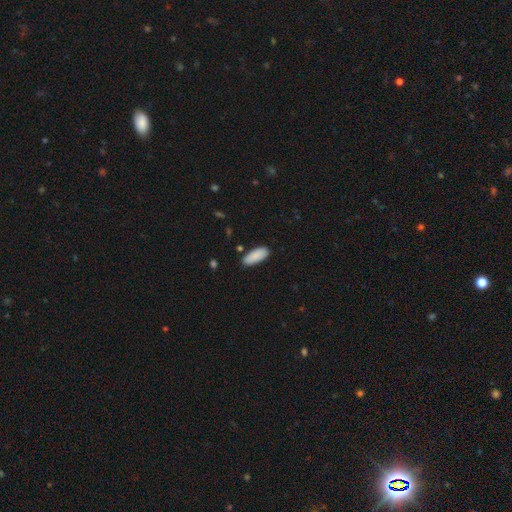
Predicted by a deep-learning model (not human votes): smooth-or-featured: smooth: 89% | star or artifact: 6% | featured or disk: 5%
  how-rounded: in between: 82% | cigar-shaped: 17% | round: 2%
  merging: none: 85% | minor disturbance: 11% | major disturbance: 2% | merger: 2%